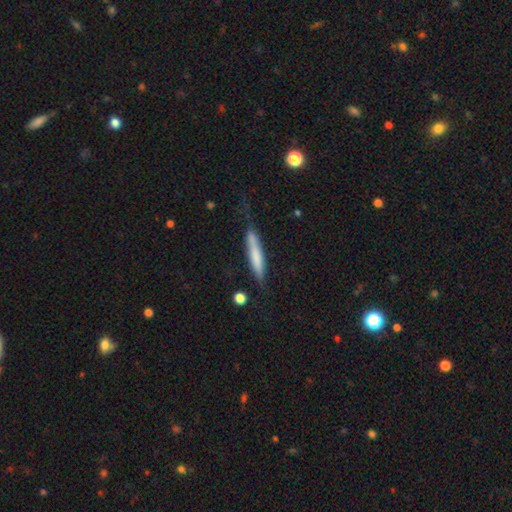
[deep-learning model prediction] A smooth galaxy with no disk features (66%) that is cigar-shaped (92%). Merging: none (66%).